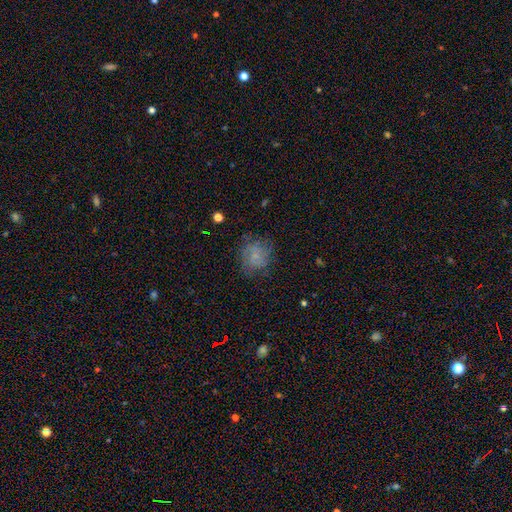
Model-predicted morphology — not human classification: This is possibly a smooth galaxy (54%). How rounded: likely round (73%). Merging: likely none (67%).